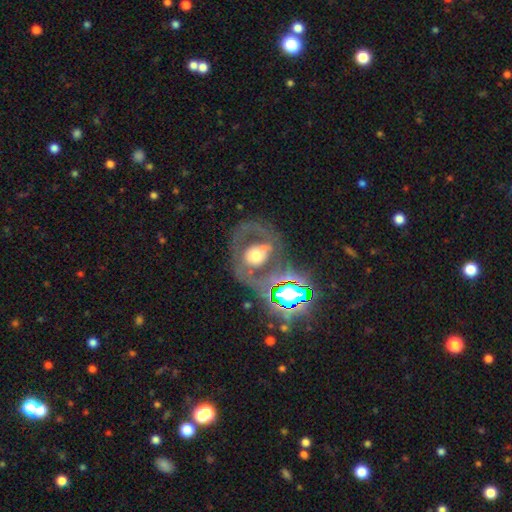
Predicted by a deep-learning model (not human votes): featured or disk 63%, smooth 25%, star or artifact 12%. Down the decision tree: edge-on disk — no (95%); bar — no (66%); spiral arms — yes (51%); bulge size — moderate (54%); merging — none (60%).